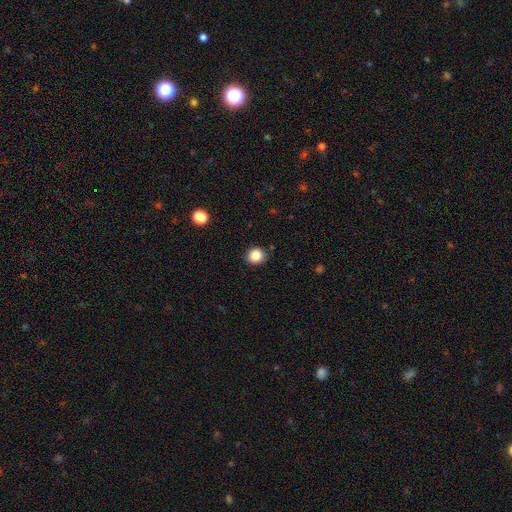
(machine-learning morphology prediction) type=smooth (86%); roundness=round (84%); merging=none (88%).